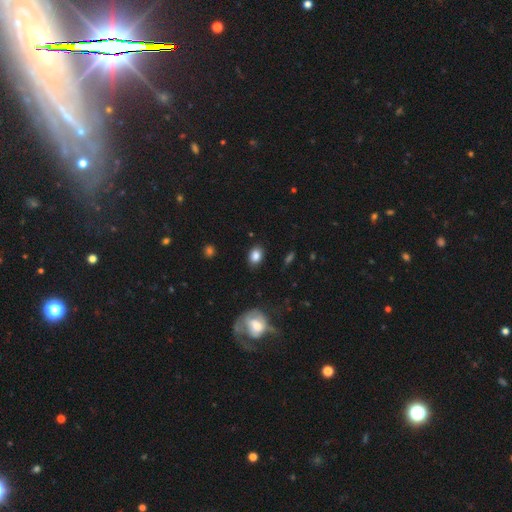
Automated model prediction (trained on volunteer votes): This is clearly a smooth galaxy (84%). How rounded: likely in between (71%). Merging: clearly none (84%).